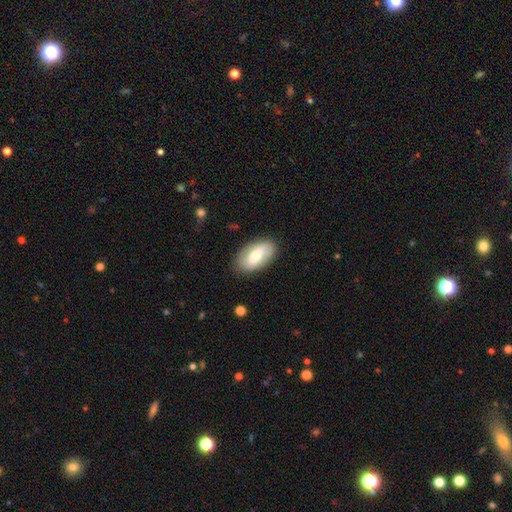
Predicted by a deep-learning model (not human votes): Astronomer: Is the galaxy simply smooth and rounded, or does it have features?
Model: smooth — 63%.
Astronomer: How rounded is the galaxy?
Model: in between — 93%.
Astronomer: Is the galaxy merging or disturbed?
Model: none — 84%.